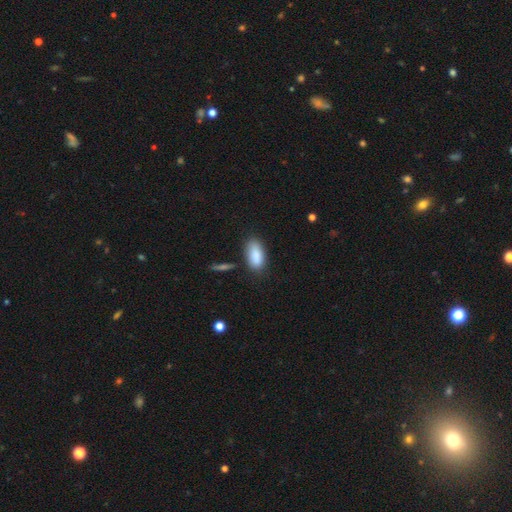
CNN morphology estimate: type=smooth (87%); roundness=in between (88%); merging=none (74%).